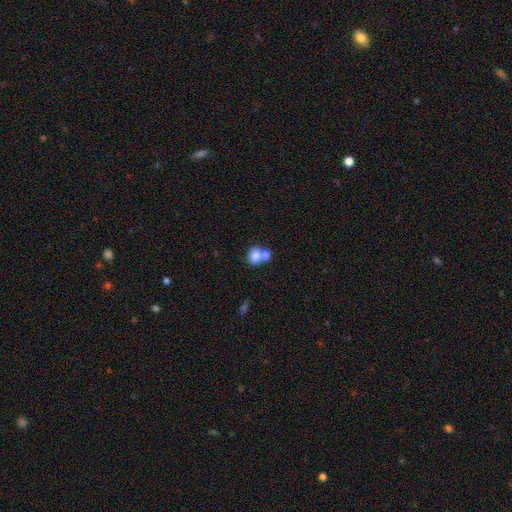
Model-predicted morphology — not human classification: A smooth galaxy with no disk features (79%) that is in between round and cigar-shaped (54%).

Vote fractions:
- Smooth or featured? smooth: 79% / featured or disk: 12% / star or artifact: 9%
- How rounded? in between: 54% / round: 44% / cigar-shaped: 1%
- Merging? merger: 58% / none: 30% / minor disturbance: 8% / major disturbance: 4%